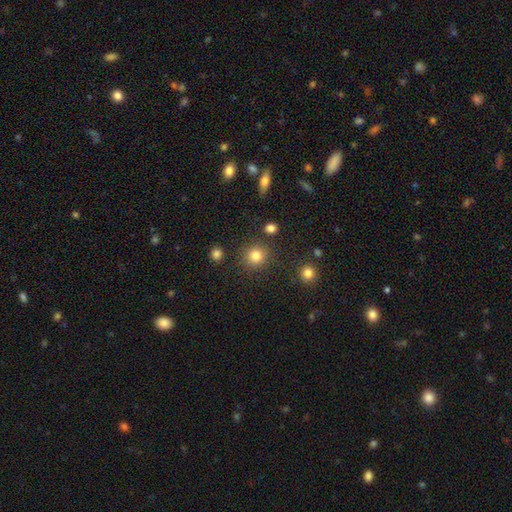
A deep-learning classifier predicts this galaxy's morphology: A smooth galaxy with no disk features (83%) that is round (92%).

Vote fractions:
- Smooth or featured? smooth: 83% / star or artifact: 12% / featured or disk: 5%
- How rounded? round: 92% / in between: 7% / cigar-shaped: 1%
- Merging? none: 87% / minor disturbance: 7% / merger: 3% / major disturbance: 3%